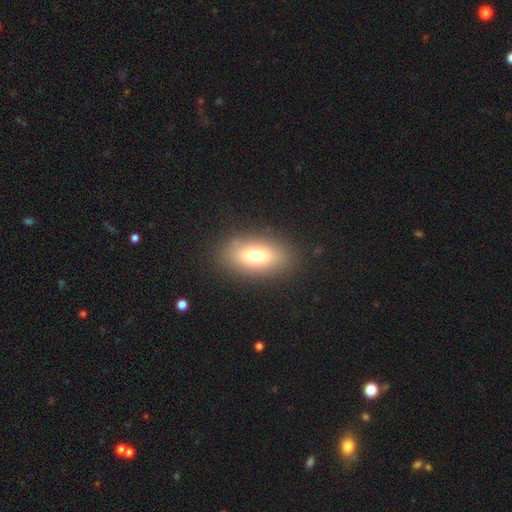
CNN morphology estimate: This appears to be a smooth galaxy with no disk features (73%) that is in between round and cigar-shaped (86%). Merging: none (86%).